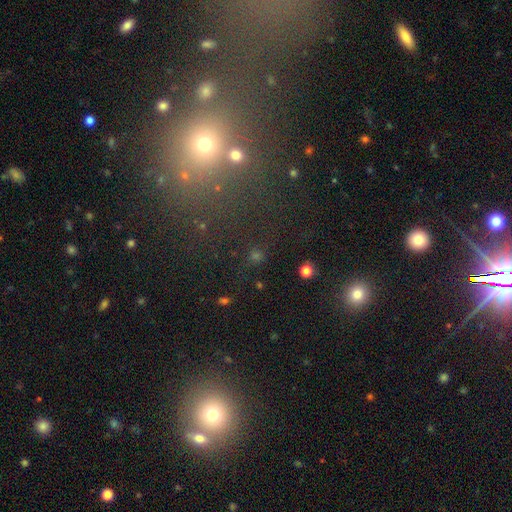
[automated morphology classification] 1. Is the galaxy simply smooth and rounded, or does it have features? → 48% smooth, 42% star or artifact, 10% featured or disk.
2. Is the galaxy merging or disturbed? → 80% none, 9% minor disturbance, 6% major disturbance, 5% merger.